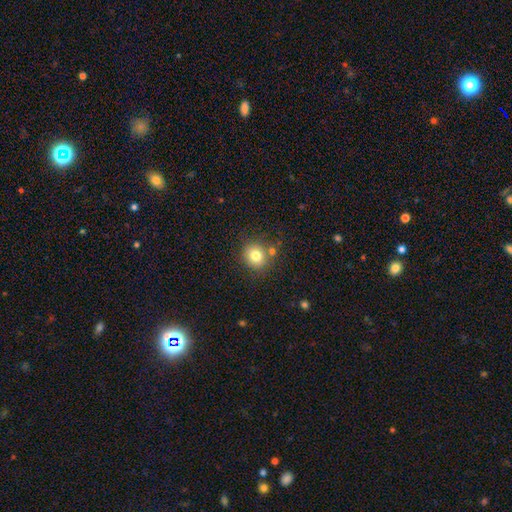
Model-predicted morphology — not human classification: Q: Smooth or featured?
A: smooth (79%); runner-up: star or artifact (12%)
Q: How rounded?
A: round (82%); runner-up: in between (17%)
Q: Merging?
A: none (75%); runner-up: minor disturbance (11%)